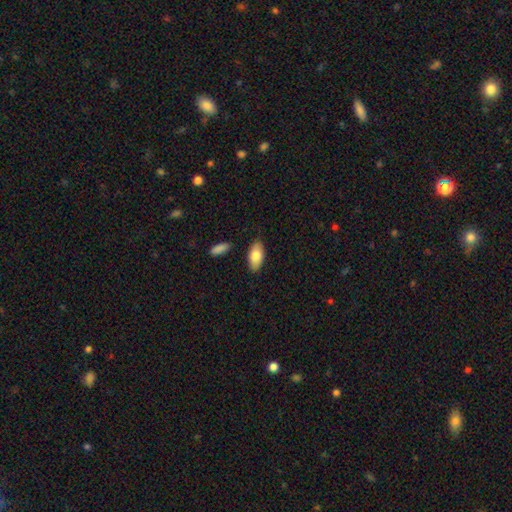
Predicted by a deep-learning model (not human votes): Smooth or featured?
  - smooth: 81% *
  - featured or disk: 13%
  - star or artifact: 6%
How rounded?
  - in between: 92% *
  - cigar-shaped: 5%
  - round: 3%
Merging?
  - none: 84% *
  - minor disturbance: 11%
  - merger: 2%
  - major disturbance: 2%